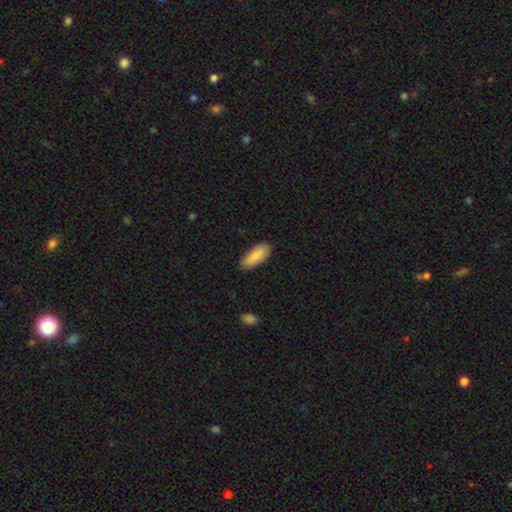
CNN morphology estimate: Smooth or featured? Predicted: smooth (p=0.88). How rounded? Predicted: in between (p=0.75). Merging? Predicted: none (p=0.84).